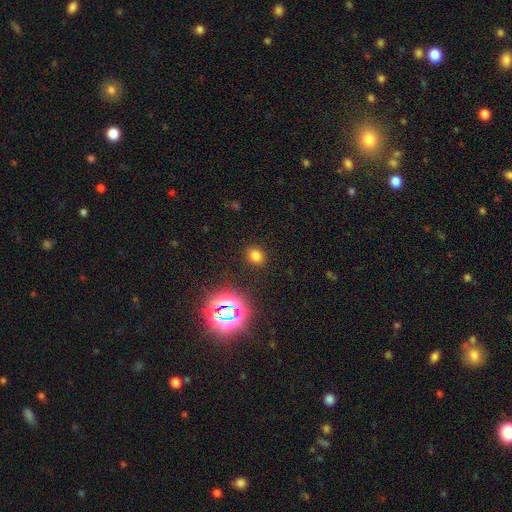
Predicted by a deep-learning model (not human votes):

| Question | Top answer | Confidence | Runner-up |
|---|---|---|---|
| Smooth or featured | smooth | 72% | star or artifact (21%) |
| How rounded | round | 59% | in between (40%) |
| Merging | none | 88% | minor disturbance (8%) |